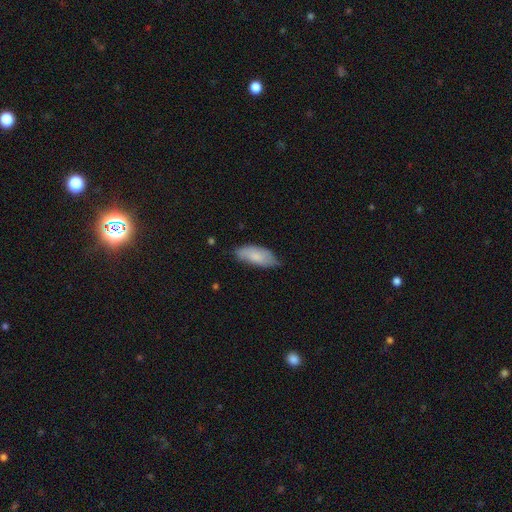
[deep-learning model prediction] This is likely a smooth galaxy (77%). How rounded: clearly in between (85%). Merging: likely none (65%).